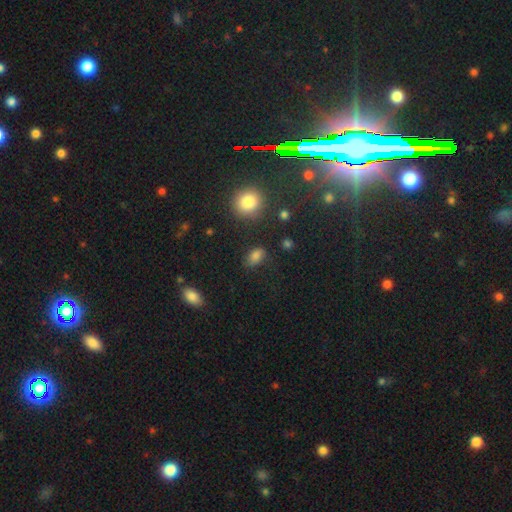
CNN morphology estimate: A smooth galaxy with no disk features (79%) that is in between round and cigar-shaped (85%).

Vote fractions:
- Smooth or featured? smooth: 79% / star or artifact: 13% / featured or disk: 7%
- How rounded? in between: 85% / round: 13% / cigar-shaped: 2%
- Merging? none: 70% / minor disturbance: 20% / major disturbance: 6% / merger: 3%